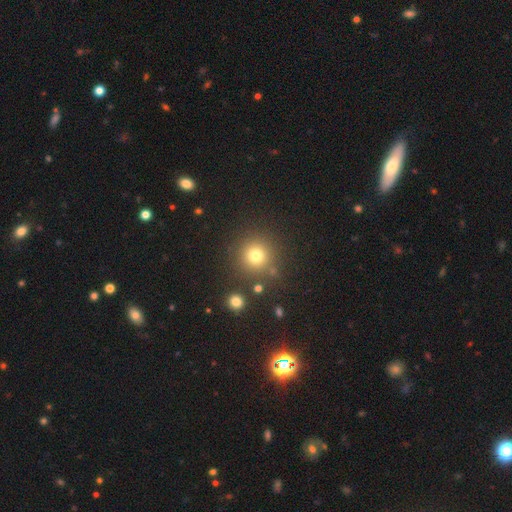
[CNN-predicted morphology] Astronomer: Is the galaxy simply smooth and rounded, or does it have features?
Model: smooth — 76%.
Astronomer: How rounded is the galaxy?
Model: round — 94%.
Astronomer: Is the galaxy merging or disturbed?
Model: none — 84%.